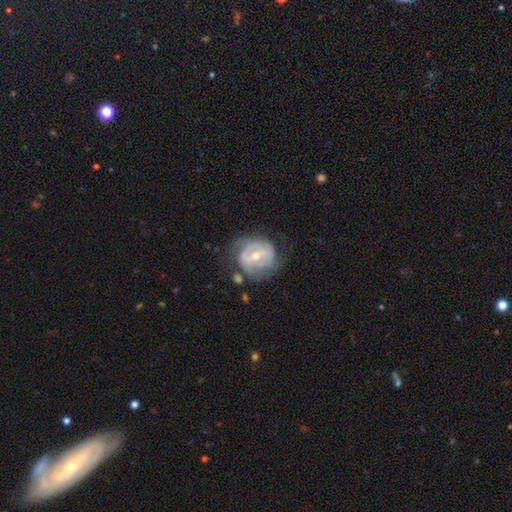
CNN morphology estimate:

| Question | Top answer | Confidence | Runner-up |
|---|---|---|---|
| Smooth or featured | featured or disk | 75% | smooth (18%) |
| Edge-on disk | no | 96% | yes (4%) |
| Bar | weak | 44% | strong (32%) |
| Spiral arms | yes | 65% | no (35%) |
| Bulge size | moderate | 57% | small (39%) |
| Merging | none | 54% | minor disturbance (24%) |